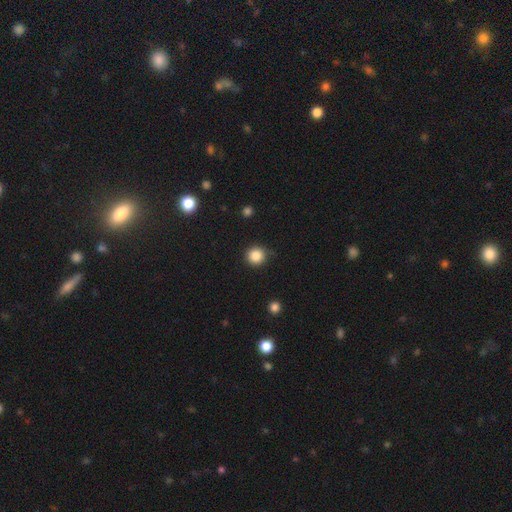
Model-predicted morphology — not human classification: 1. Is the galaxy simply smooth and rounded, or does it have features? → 85% smooth, 11% star or artifact, 4% featured or disk.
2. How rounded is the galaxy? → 95% round, 4% in between, 1% cigar-shaped.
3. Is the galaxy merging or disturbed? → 86% none, 10% minor disturbance, 3% major disturbance, 2% merger.